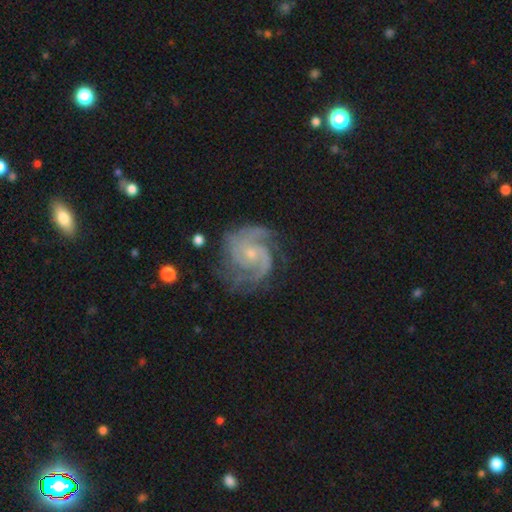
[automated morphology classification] Overall: featured or disk (89%). Edge-on disk: no (98%). Bar: no (62%; weak 30%). Spiral arms: yes (98%). Spiral arm count: 2 (58%; 3 22%). Spiral winding: tight (46%, tied with medium). Bulge size: small (74%). Merging: none (77%).